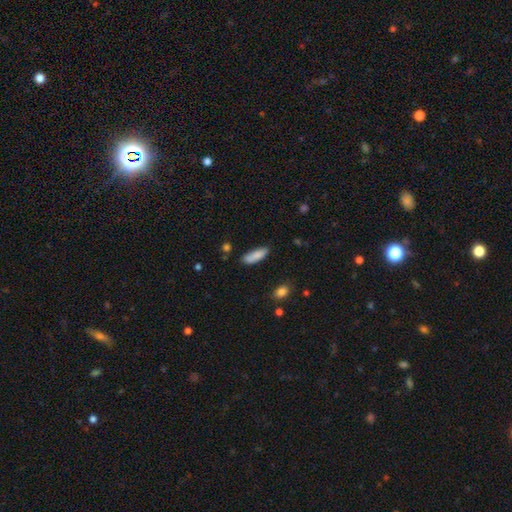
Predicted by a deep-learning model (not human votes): Smooth or featured? smooth (85%)
How rounded? in between (54%)
Merging? none (78%)